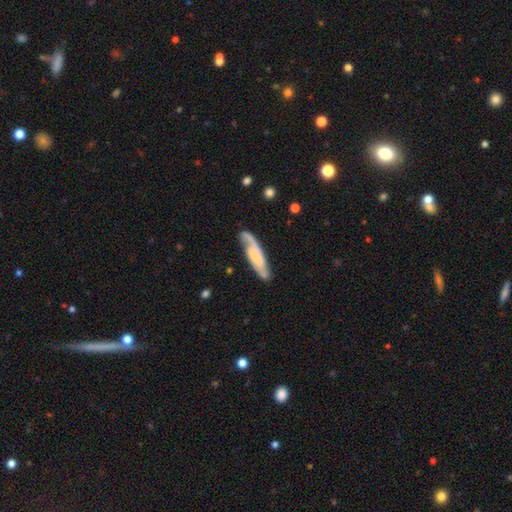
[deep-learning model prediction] Morphology: type=featured or disk (68%); edge-on=no (78%); bar=no (41%); spiral arms=yes (92%); bulge=none (33%); merging=none (73%).